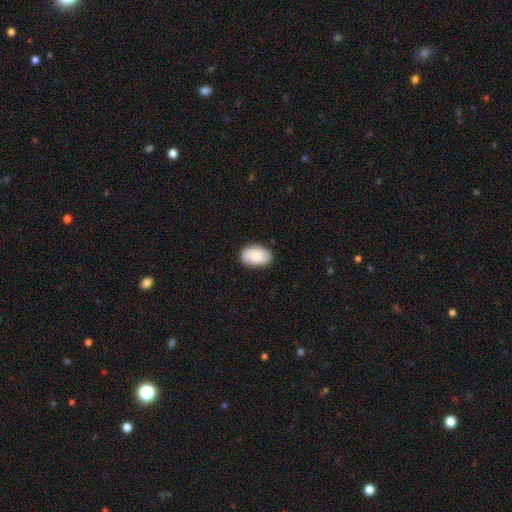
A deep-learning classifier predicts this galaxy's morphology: This appears to be a smooth galaxy with no disk features (79%) that is in between round and cigar-shaped (89%). Merging: none (83%).